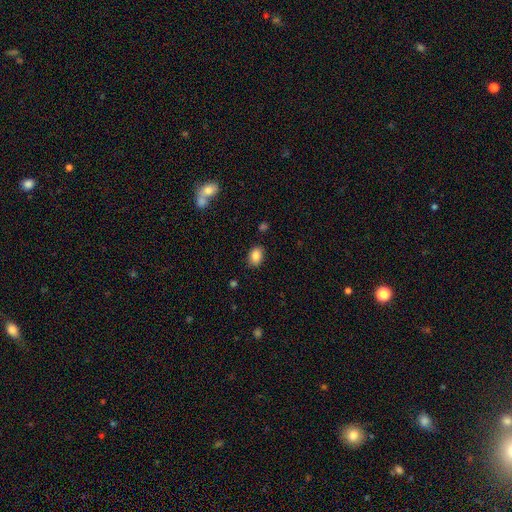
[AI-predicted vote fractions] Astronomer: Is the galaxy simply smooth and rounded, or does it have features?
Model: smooth — 86%.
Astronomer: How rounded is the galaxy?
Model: in between — 76%.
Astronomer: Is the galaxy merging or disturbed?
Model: none — 86%.